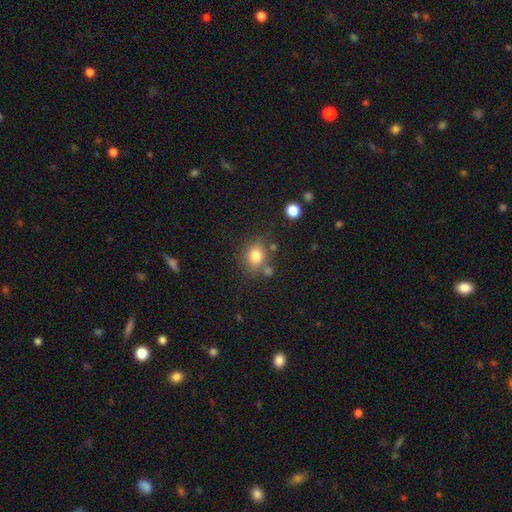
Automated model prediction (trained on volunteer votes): Smooth or featured: smooth — 80% (star or artifact — 11%)
How rounded: round — 60% (in between — 39%)
Merging: none — 68% (minor disturbance — 16%)